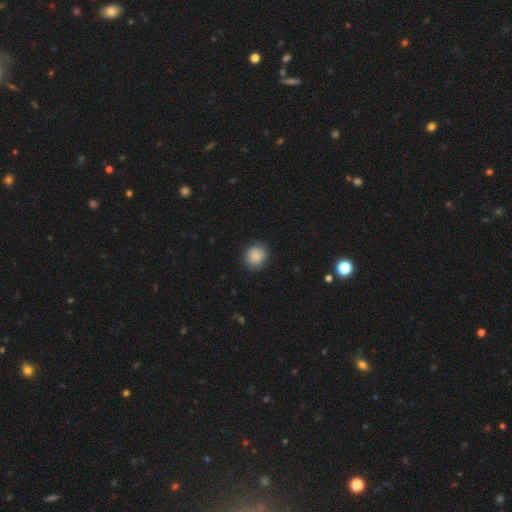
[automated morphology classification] smooth-or-featured: smooth: 88% | star or artifact: 7% | featured or disk: 5%
  how-rounded: round: 84% | in between: 15% | cigar-shaped: 1%
  merging: none: 85% | minor disturbance: 11% | major disturbance: 3% | merger: 1%